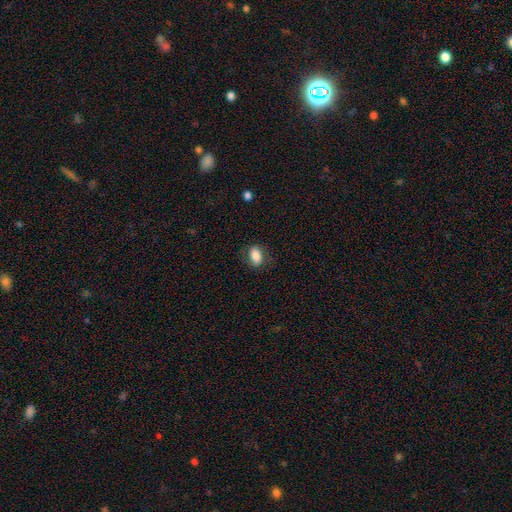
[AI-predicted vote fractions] A smooth galaxy with no disk features (81%) that is in between round and cigar-shaped (85%). Merging: none (77%).